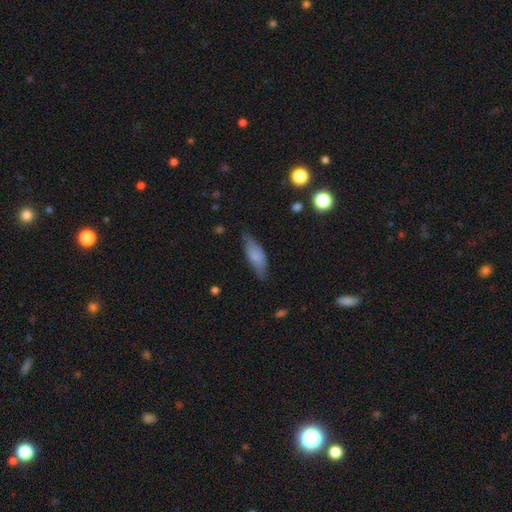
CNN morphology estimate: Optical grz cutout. It shows a smooth galaxy with no disk features (72%) that is in between round and cigar-shaped (68%). Merging: none (66%).